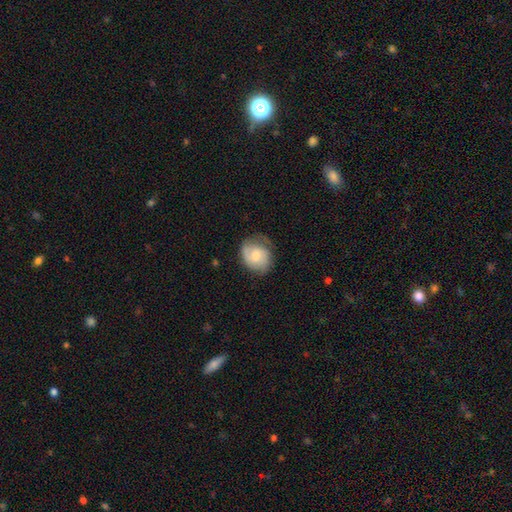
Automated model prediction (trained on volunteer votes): smooth_or_featured: featured or disk (p=0.47) [alt: smooth p=0.46]
merging: none (p=0.61) [alt: minor disturbance p=0.28]